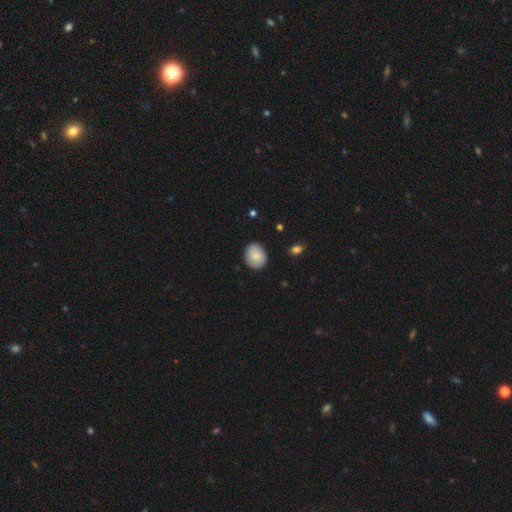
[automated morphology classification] smooth-or-featured: smooth: 86% | featured or disk: 8% | star or artifact: 7%
  how-rounded: round: 56% | in between: 43% | cigar-shaped: 1%
  merging: none: 87% | minor disturbance: 10% | major disturbance: 2% | merger: 1%